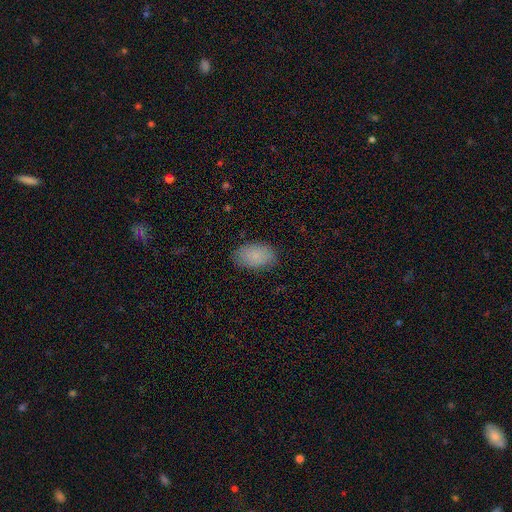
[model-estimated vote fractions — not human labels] A smooth galaxy with no disk features (86%) that is in between round and cigar-shaped (92%).

Vote fractions:
- Smooth or featured? smooth: 86% / star or artifact: 8% / featured or disk: 7%
- How rounded? in between: 92% / round: 6% / cigar-shaped: 2%
- Merging? none: 83% / minor disturbance: 13% / major disturbance: 3% / merger: 1%